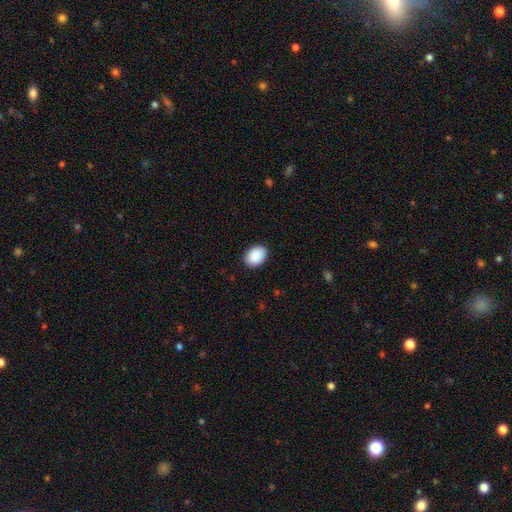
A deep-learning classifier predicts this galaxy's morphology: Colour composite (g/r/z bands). It shows a smooth galaxy with no disk features (91%) that is in between round and cigar-shaped (75%). Merging: none (89%).